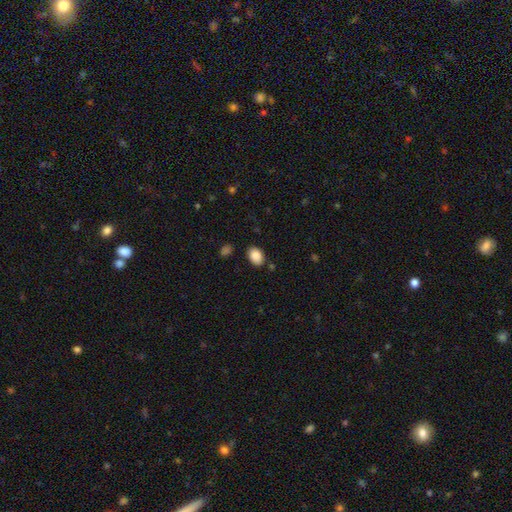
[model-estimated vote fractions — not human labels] smooth 89%, star or artifact 8%, featured or disk 4%. Down the decision tree: how rounded — in between (82%); merging — none (81%).